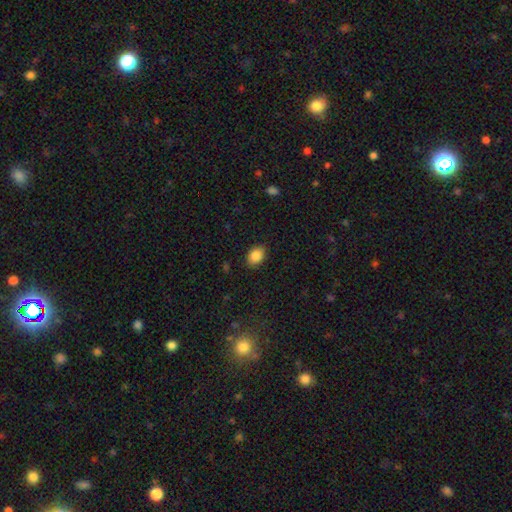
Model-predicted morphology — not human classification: This is clearly a smooth galaxy (88%). How rounded: likely in between (75%). Merging: clearly none (86%).